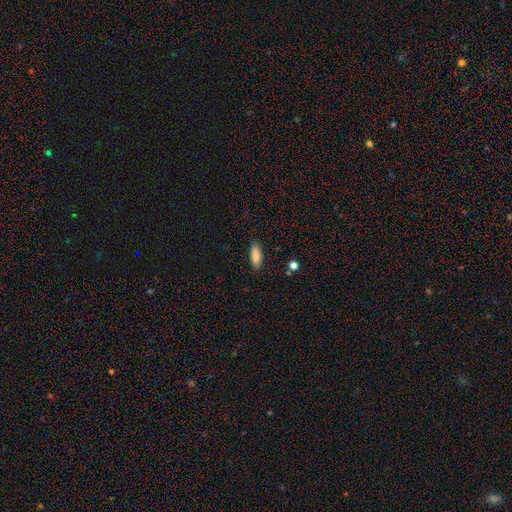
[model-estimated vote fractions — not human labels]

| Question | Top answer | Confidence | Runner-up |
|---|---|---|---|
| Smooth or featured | smooth | 86% | star or artifact (7%) |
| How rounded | in between | 72% | cigar-shaped (26%) |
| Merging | none | 87% | minor disturbance (10%) |